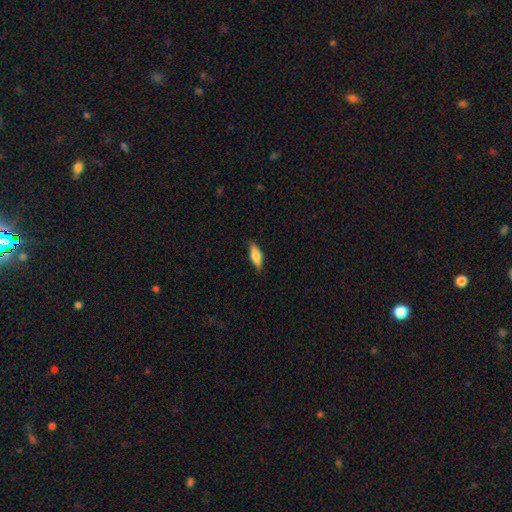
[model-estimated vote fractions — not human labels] Smooth or featured?
  - smooth: 69% *
  - featured or disk: 25%
  - star or artifact: 6%
How rounded?
  - in between: 60% *
  - cigar-shaped: 38%
  - round: 3%
Merging?
  - none: 83% *
  - minor disturbance: 13%
  - major disturbance: 2%
  - merger: 1%